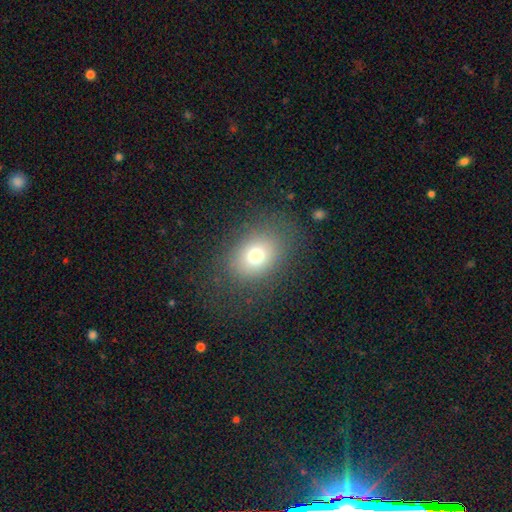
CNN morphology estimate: Overall: smooth (72%). How rounded: in between (57%; round 42%). Merging: none (80%).